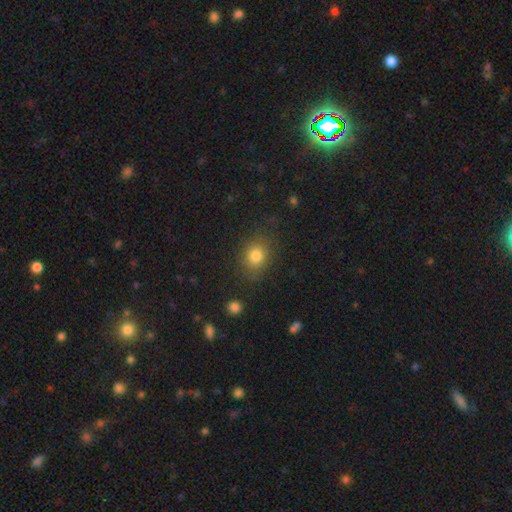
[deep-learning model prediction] This appears to be a smooth galaxy with no disk features (80%) that is round (57%). Merging: none (80%).